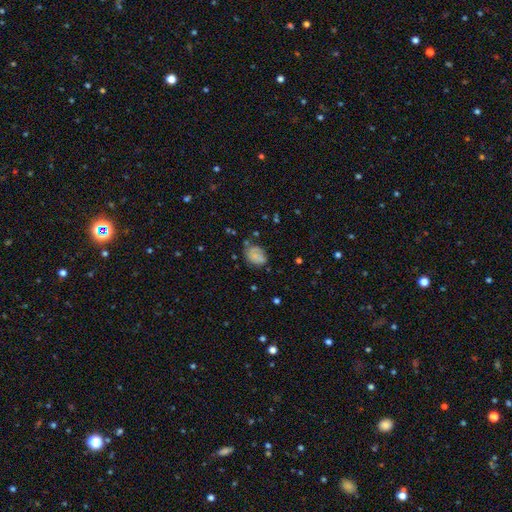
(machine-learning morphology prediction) smooth-or-featured: smooth: 59% | featured or disk: 29% | star or artifact: 11%
  how-rounded: in between: 60% | round: 39% | cigar-shaped: 1%
  merging: none: 57% | minor disturbance: 28% | major disturbance: 11% | merger: 4%